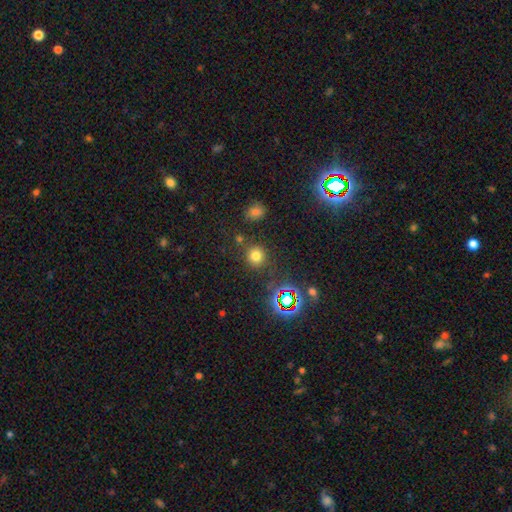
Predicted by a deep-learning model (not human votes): Smooth or featured? Predicted: smooth (p=0.71). How rounded? Predicted: round (p=0.91). Merging? Predicted: none (p=0.81).